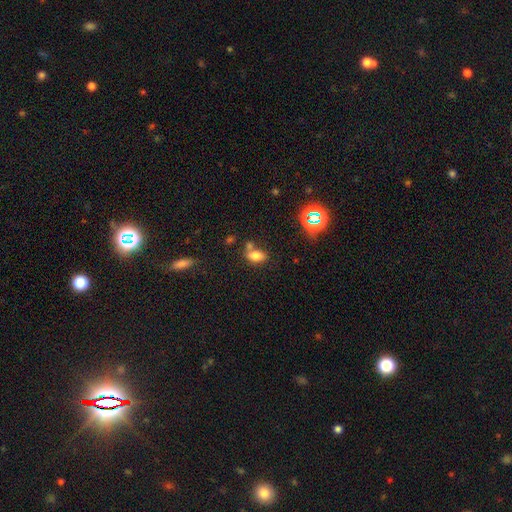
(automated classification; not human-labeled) smooth-or-featured: smooth: 75% | star or artifact: 14% | featured or disk: 11%
  how-rounded: in between: 85% | round: 11% | cigar-shaped: 4%
  merging: none: 50% | merger: 30% | minor disturbance: 15% | major disturbance: 5%